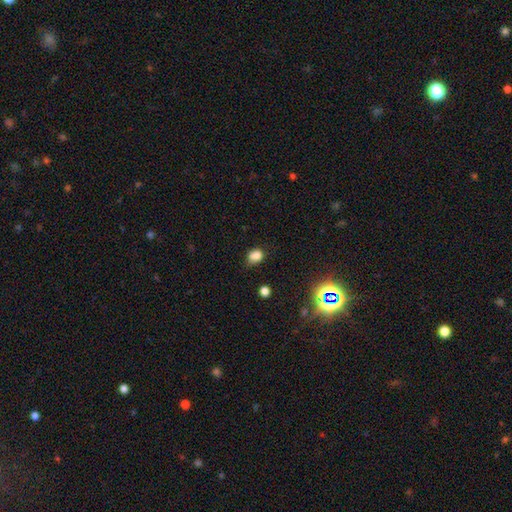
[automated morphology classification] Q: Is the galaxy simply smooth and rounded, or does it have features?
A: smooth — 79%.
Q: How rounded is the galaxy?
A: in between — 56%.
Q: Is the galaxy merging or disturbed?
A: none — 51%.